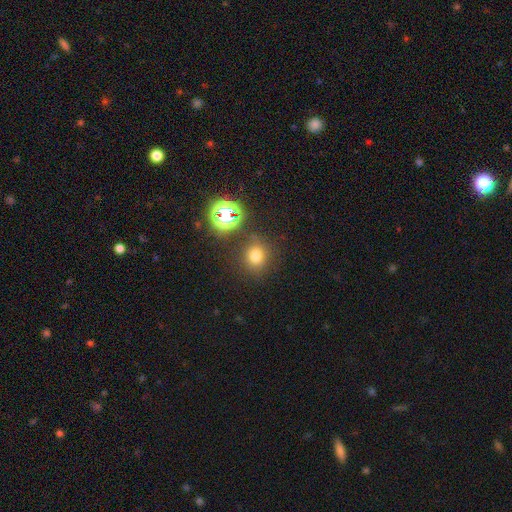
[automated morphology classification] Smooth or featured? smooth (70%)
How rounded? round (81%)
Merging? none (81%)